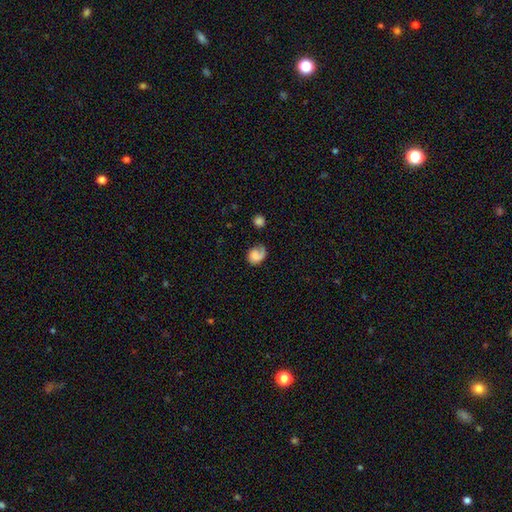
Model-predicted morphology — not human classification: type=smooth (48%); merging=none (48%).